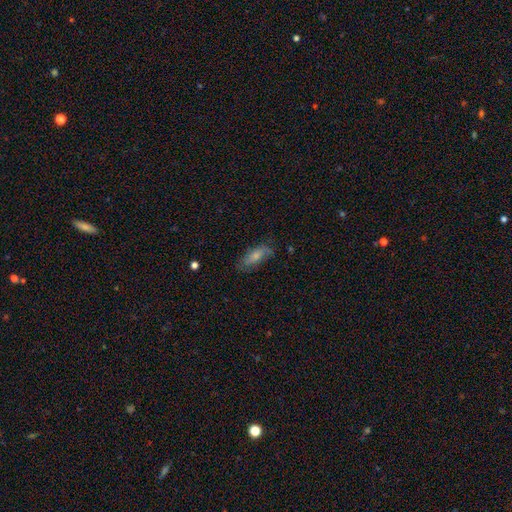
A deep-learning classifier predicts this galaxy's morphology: smooth 68%, featured or disk 25%, star or artifact 7%. Down the decision tree: how rounded — in between (75%); merging — none (70%).